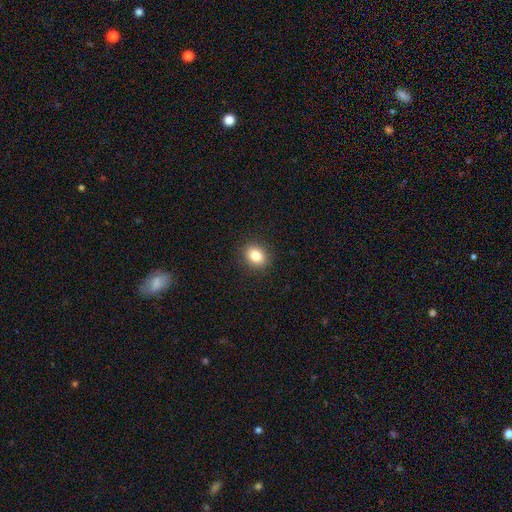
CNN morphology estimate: type=smooth (84%); roundness=in between (51%); merging=none (90%).